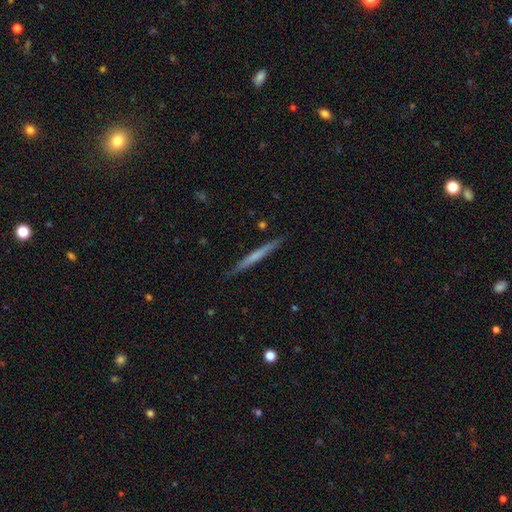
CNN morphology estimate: The model was most divided on "smooth or featured": smooth: 50%, featured or disk: 44%, star or artifact: 5%. More confident: how rounded — cigar-shaped (97%); merging — none (88%).